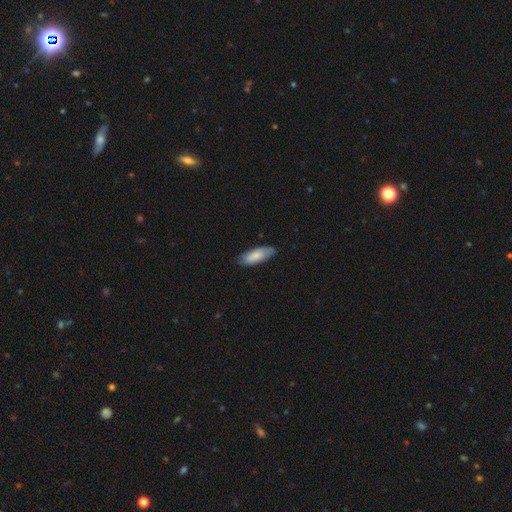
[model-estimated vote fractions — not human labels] Overall: smooth (81%). How rounded: in between (67%; cigar-shaped 32%). Merging: none (82%).